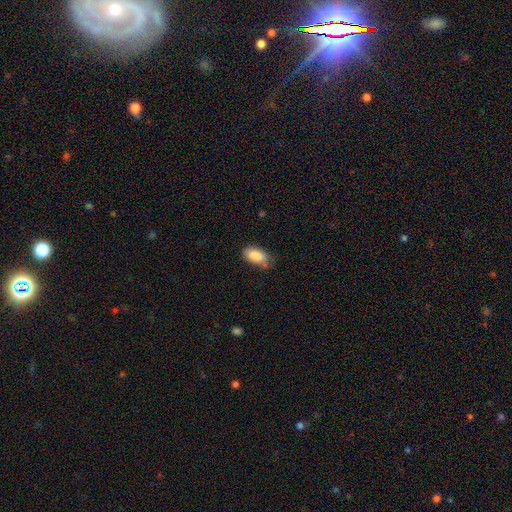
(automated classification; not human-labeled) Morphology: type=smooth (87%); roundness=in between (93%); merging=none (64%).